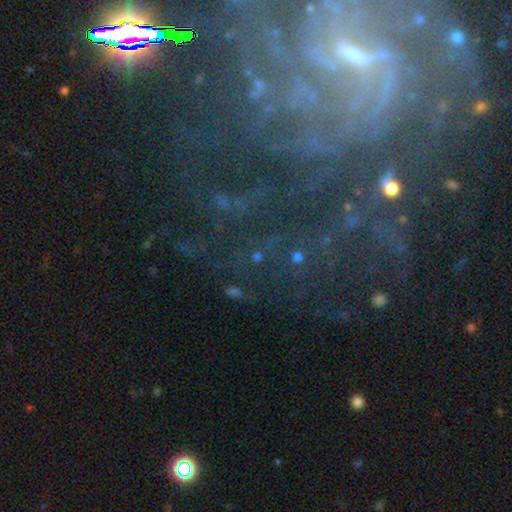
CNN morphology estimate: Smooth or featured? star or artifact (63%)